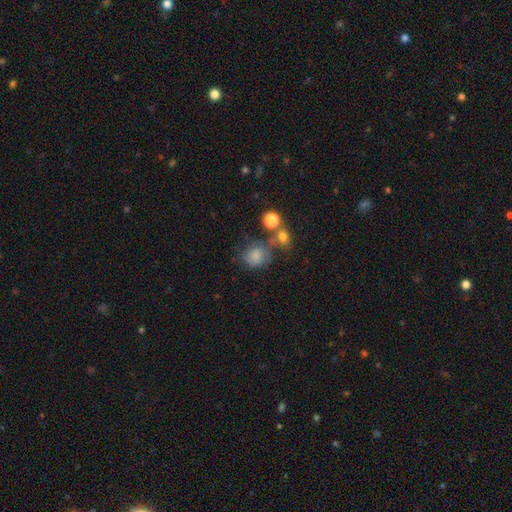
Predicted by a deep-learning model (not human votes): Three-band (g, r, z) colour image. It shows a smooth galaxy with no disk features (70%) that is round (72%). Merging: none (45%).